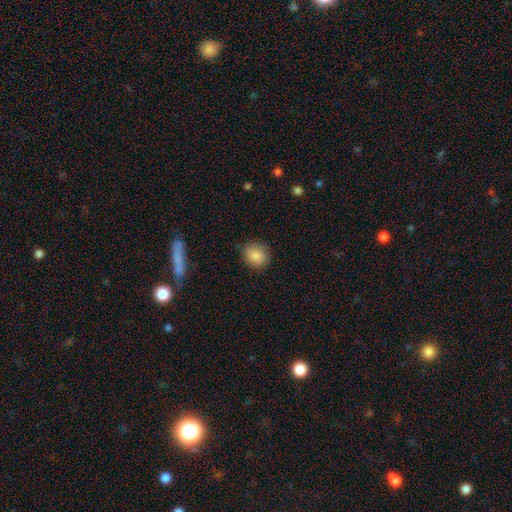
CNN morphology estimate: This appears to be a smooth galaxy with no disk features (86%) that is round (77%). Merging: none (87%).